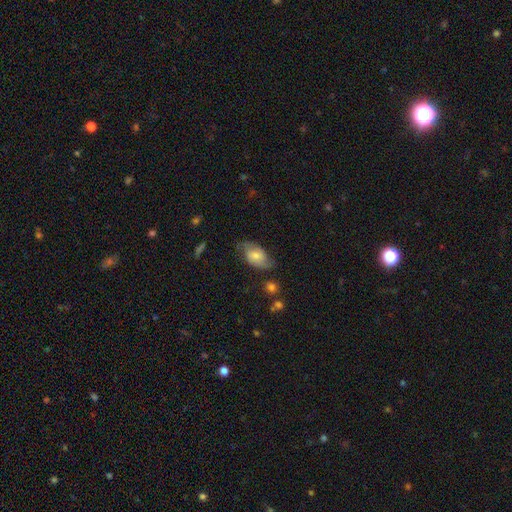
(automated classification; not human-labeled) This appears to be a featured or disk galaxy (52%). Merging: none (60%).